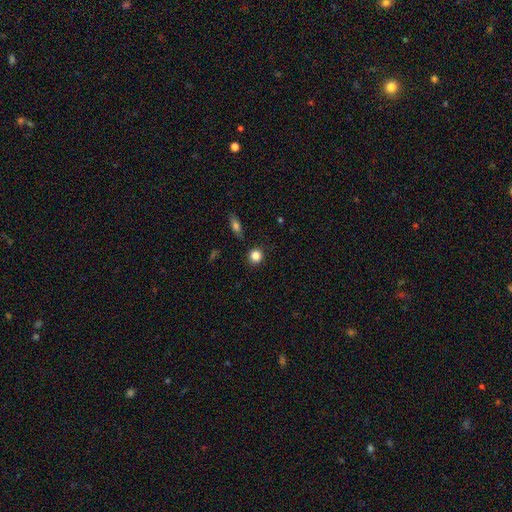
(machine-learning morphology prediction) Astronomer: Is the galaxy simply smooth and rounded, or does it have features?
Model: smooth — 83%.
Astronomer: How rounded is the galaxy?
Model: round — 91%.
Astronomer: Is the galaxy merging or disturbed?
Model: none — 88%.